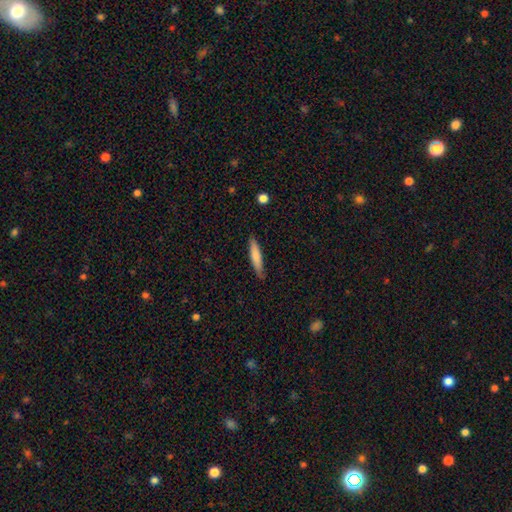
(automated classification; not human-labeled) Smooth or featured? Predicted: smooth (p=0.74). How rounded? Predicted: cigar-shaped (p=0.87). Merging? Predicted: none (p=0.82).